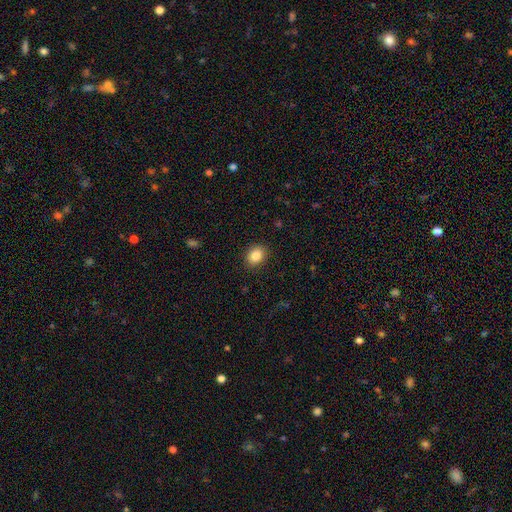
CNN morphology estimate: smooth_or_featured: smooth (p=0.86) [alt: star or artifact p=0.09]
how_rounded: in between (p=0.56) [alt: round p=0.43]
merging: none (p=0.88) [alt: minor disturbance p=0.09]